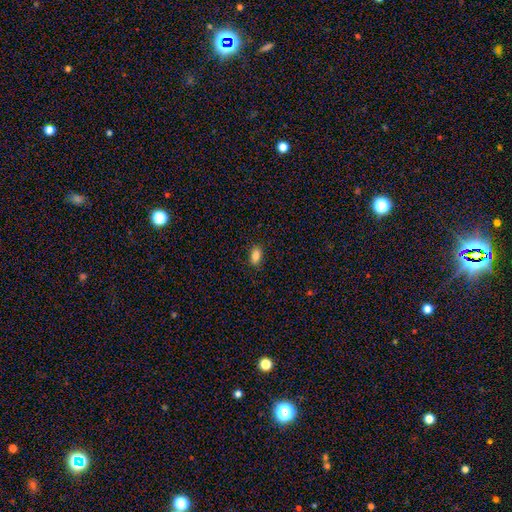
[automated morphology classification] This is clearly a smooth galaxy (87%). How rounded: clearly in between (90%). Merging: clearly none (88%).